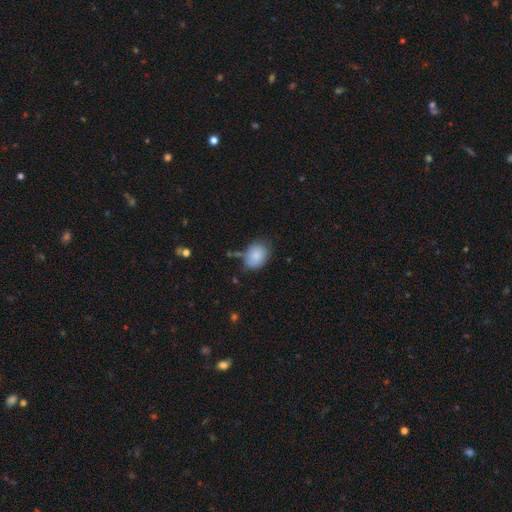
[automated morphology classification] Overall: smooth (86%). How rounded: in between (65%; round 34%). Merging: none (65%).